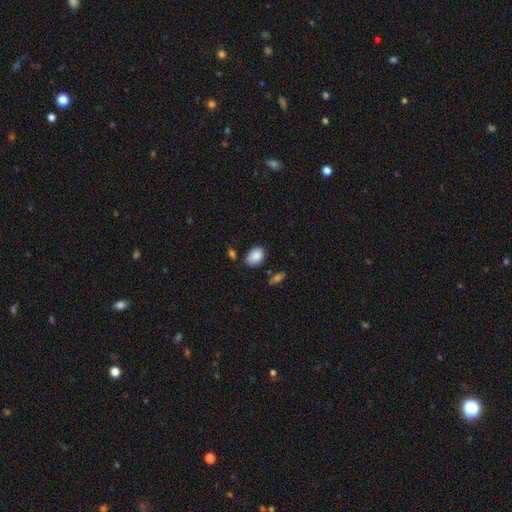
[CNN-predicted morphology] smooth 86%, star or artifact 8%, featured or disk 6%. Down the decision tree: how rounded — in between (80%); merging — none (65%).